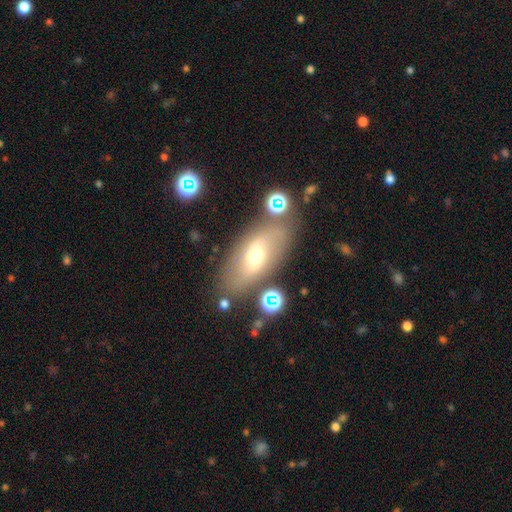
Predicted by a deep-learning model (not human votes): Smooth or featured: featured or disk — 45% (smooth — 44%)
Merging: none — 75% (minor disturbance — 14%)